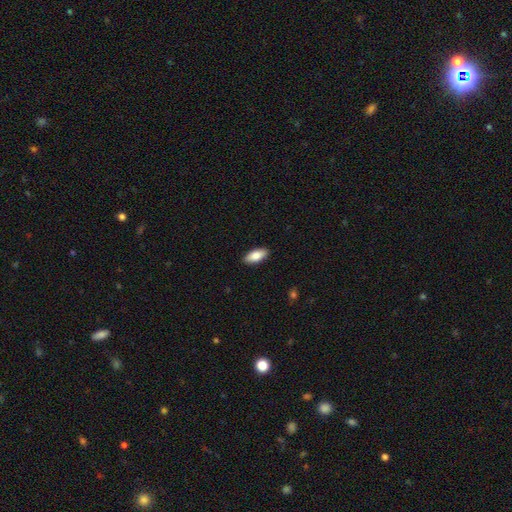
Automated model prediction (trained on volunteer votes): smooth_or_featured: smooth (p=0.83) [alt: featured or disk p=0.11]
how_rounded: in between (p=0.86) [alt: cigar-shaped p=0.12]
merging: none (p=0.90) [alt: minor disturbance p=0.07]